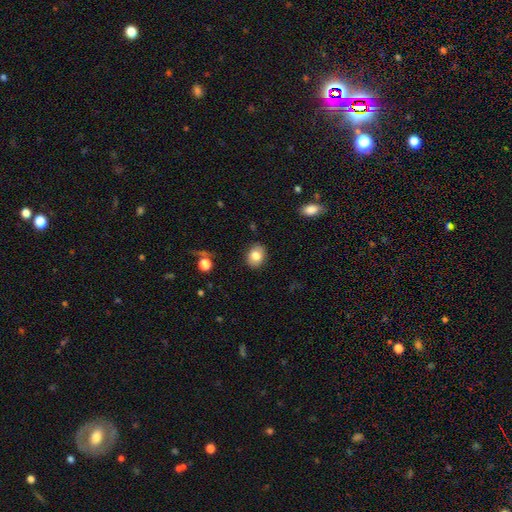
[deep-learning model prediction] smooth-or-featured: smooth: 81% | featured or disk: 10% | star or artifact: 9%
  how-rounded: in between: 56% | round: 43% | cigar-shaped: 1%
  merging: none: 87% | minor disturbance: 10% | major disturbance: 2% | merger: 1%